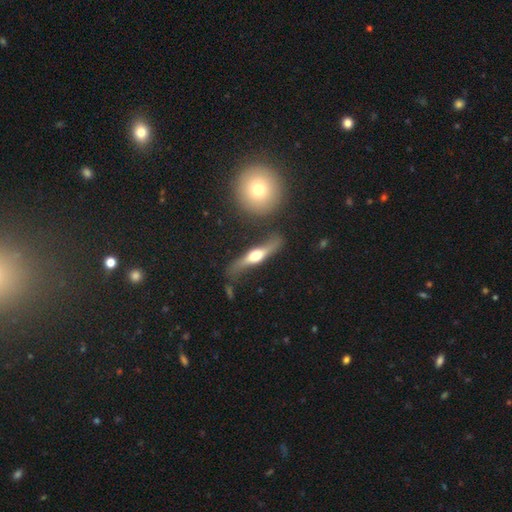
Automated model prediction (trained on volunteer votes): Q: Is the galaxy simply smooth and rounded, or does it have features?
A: featured or disk — 69%.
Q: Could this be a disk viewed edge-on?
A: yes — 80%.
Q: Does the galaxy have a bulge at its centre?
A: rounded — 92%.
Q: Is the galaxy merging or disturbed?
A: none — 67%.